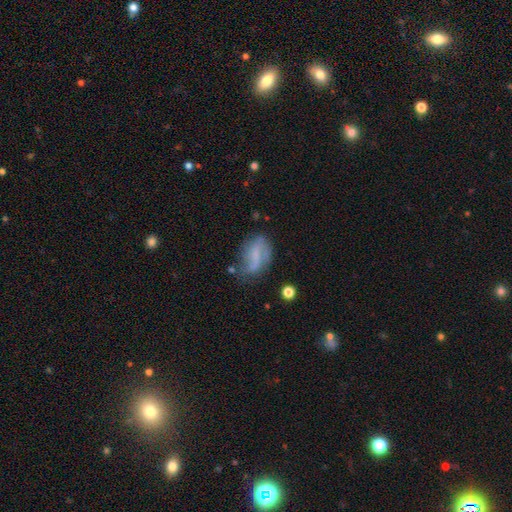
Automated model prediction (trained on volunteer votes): A featured or disk galaxy (48%).

Vote fractions:
- Smooth or featured? featured or disk: 48% / smooth: 41% / star or artifact: 10%
- Merging? none: 50% / minor disturbance: 28% / major disturbance: 16% / merger: 6%